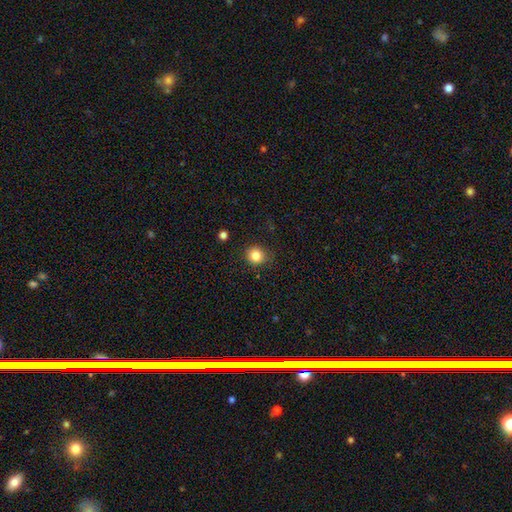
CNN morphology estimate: A smooth galaxy with no disk features (84%) that is round (87%). Merging: none (84%).